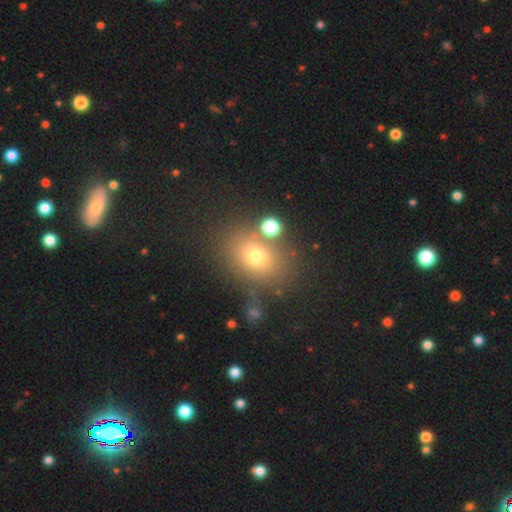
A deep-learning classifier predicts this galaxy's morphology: Overall: smooth (70%). How rounded: in between (56%; round 42%). Merging: none (69%).